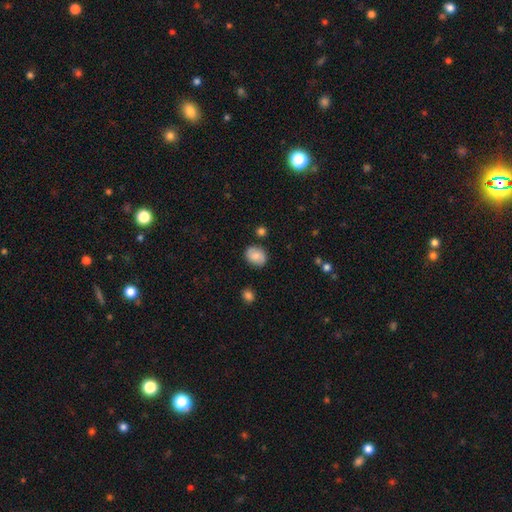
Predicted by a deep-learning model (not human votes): Smooth or featured? smooth (81%)
How rounded? in between (56%)
Merging? none (80%)